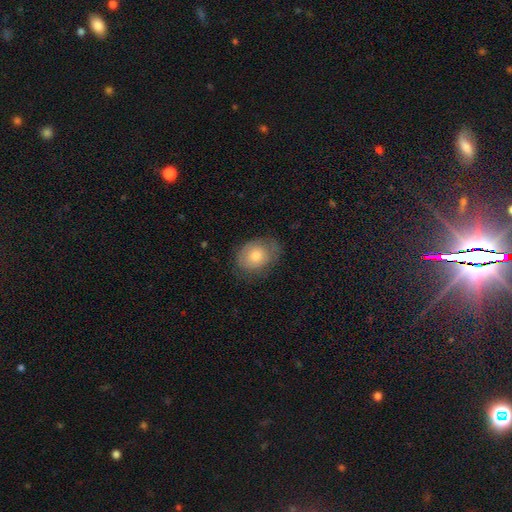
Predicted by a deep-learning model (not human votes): smooth-or-featured: smooth: 68% | featured or disk: 24% | star or artifact: 8%
  how-rounded: in between: 63% | round: 36% | cigar-shaped: 1%
  merging: none: 69% | minor disturbance: 23% | major disturbance: 7% | merger: 1%